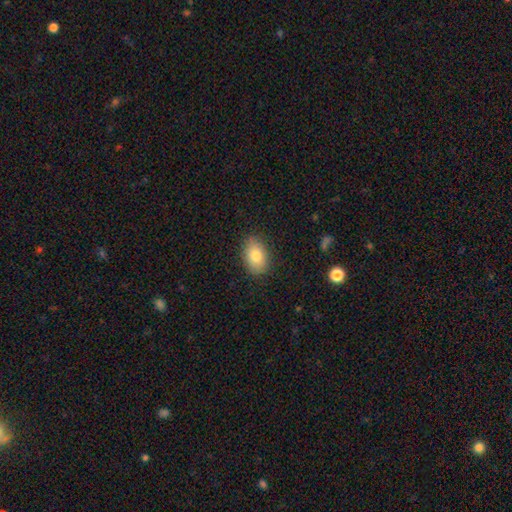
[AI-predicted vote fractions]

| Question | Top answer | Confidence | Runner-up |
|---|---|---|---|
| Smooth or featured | smooth | 81% | featured or disk (11%) |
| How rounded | in between | 83% | round (15%) |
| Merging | none | 86% | minor disturbance (10%) |